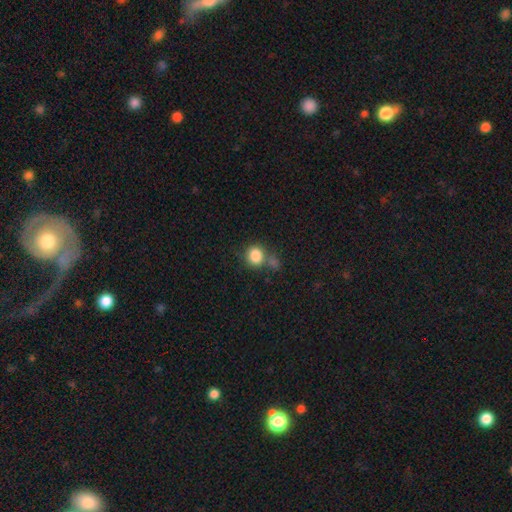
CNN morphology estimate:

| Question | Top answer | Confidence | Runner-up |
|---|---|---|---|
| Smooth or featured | smooth | 85% | star or artifact (10%) |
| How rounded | round | 79% | in between (20%) |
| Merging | none | 55% | merger (23%) |